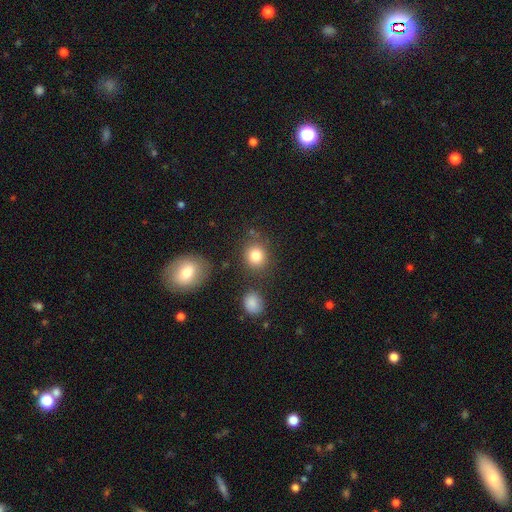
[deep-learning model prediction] This appears to be a smooth galaxy with no disk features (82%) that is round (78%). Merging: none (76%).